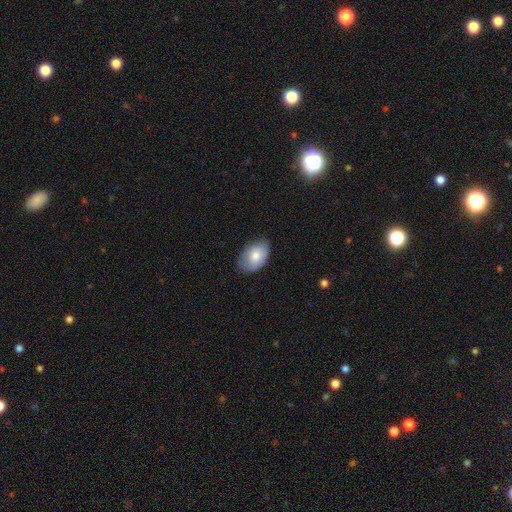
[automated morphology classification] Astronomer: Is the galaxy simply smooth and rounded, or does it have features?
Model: smooth — 79%.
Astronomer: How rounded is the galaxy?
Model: in between — 89%.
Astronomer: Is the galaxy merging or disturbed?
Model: none — 70%.